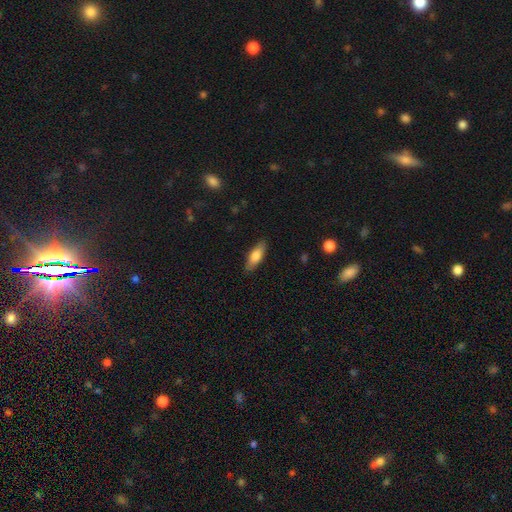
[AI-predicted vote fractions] This appears to be a smooth galaxy with no disk features (76%) that is in between round and cigar-shaped (64%). Merging: none (85%).